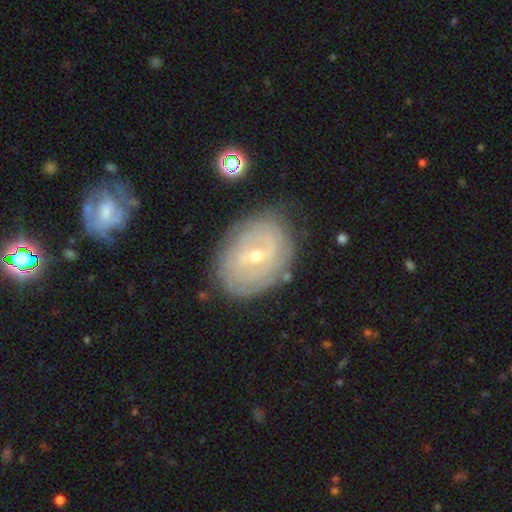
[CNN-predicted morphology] This appears to be a featured or disk galaxy (82%) with a weak bar (52%), tight (78%) spiral arms (88%) and a small central bulge (65%). Merging: none (79%).